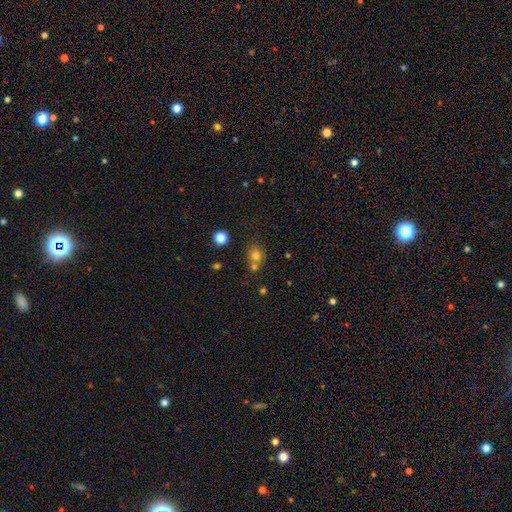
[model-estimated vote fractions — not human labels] This appears to be a smooth galaxy with no disk features (74%) that is round (77%). Merging: none (55%).